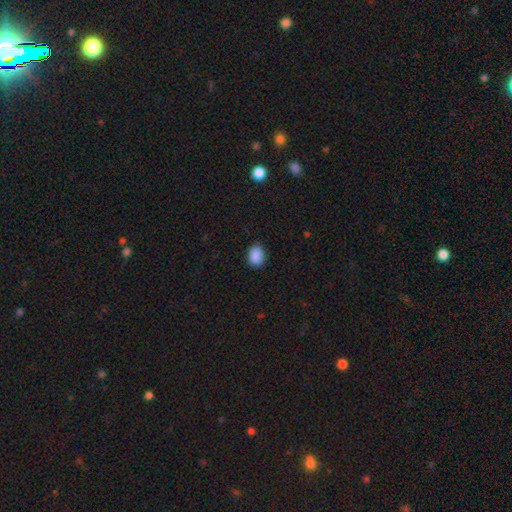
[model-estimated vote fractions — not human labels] This is clearly a smooth galaxy (89%). How rounded: likely in between (62%). Merging: clearly none (85%).